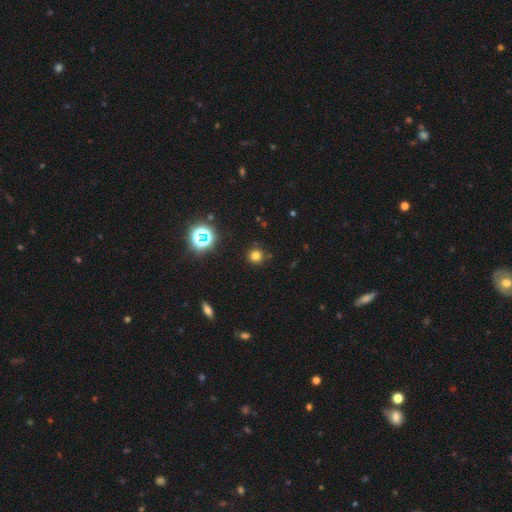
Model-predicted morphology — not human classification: This appears to be a smooth galaxy with no disk features (72%) that is round (94%). Merging: none (88%).